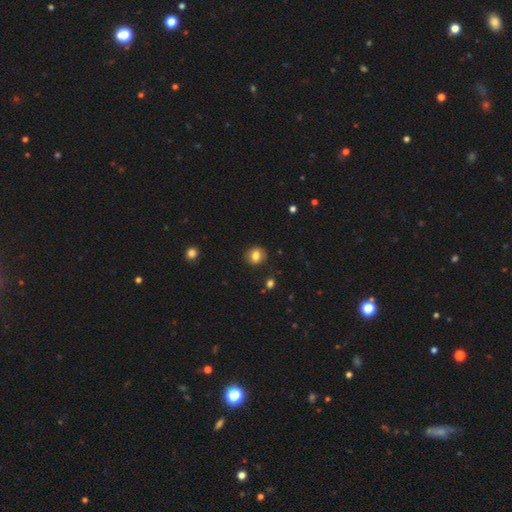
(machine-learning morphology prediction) Overall: smooth (79%). How rounded: round (74%). Merging: none (87%).